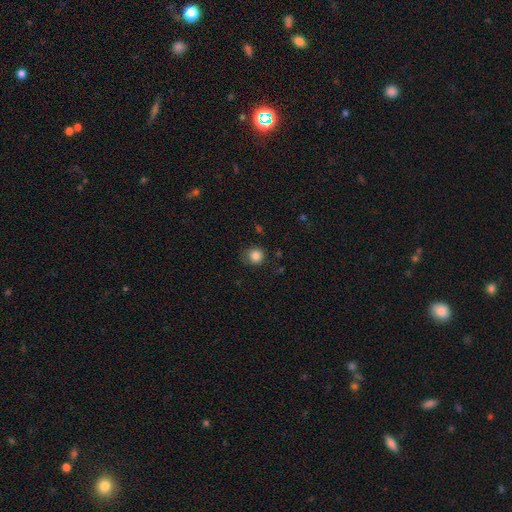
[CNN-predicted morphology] The model was most divided on "merging": none: 76%, minor disturbance: 18%, major disturbance: 5%, merger: 2%. More confident: how rounded — round (90%); smooth or featured — smooth (84%).